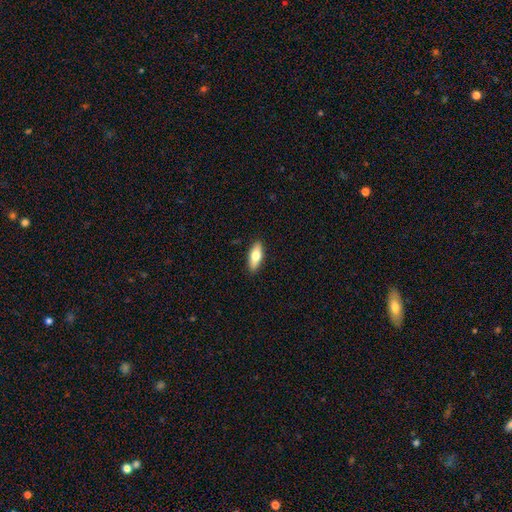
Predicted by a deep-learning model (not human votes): Q: Smooth or featured?
A: smooth (66%); runner-up: featured or disk (28%)
Q: How rounded?
A: in between (71%); runner-up: cigar-shaped (26%)
Q: Merging?
A: none (89%); runner-up: minor disturbance (8%)